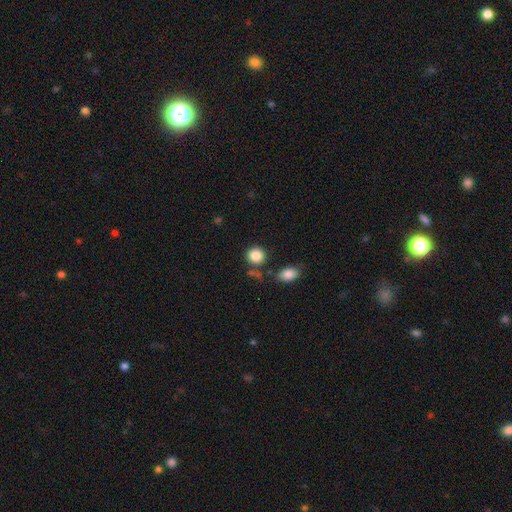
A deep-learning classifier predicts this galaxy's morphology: Overall: smooth (86%). How rounded: round (84%). Merging: none (76%).